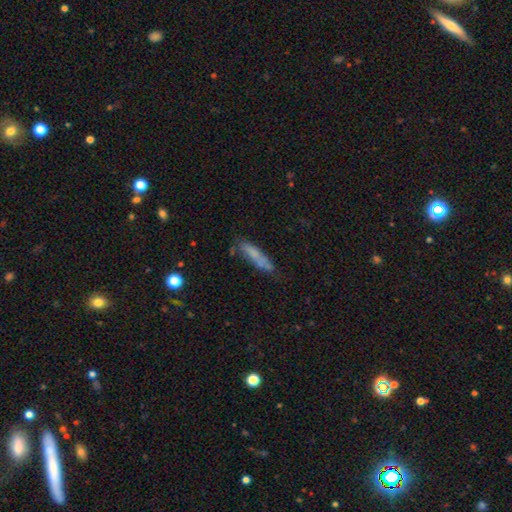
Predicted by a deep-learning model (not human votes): A smooth galaxy with no disk features (65%) that is cigar-shaped (80%).

Vote fractions:
- Smooth or featured? smooth: 65% / featured or disk: 25% / star or artifact: 9%
- How rounded? cigar-shaped: 80% / in between: 18% / round: 2%
- Merging? none: 63% / minor disturbance: 23% / major disturbance: 7% / merger: 7%